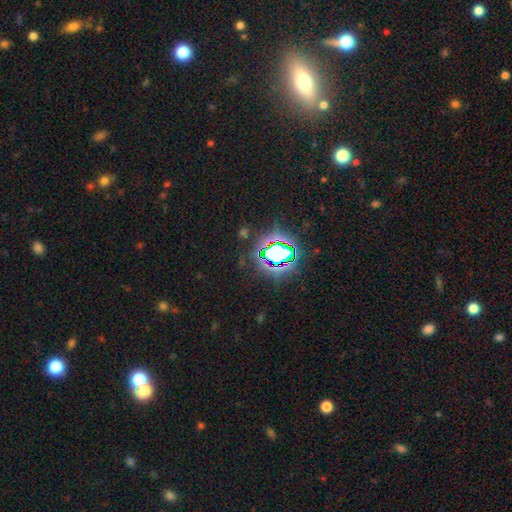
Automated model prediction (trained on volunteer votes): smooth-or-featured: star or artifact: 80% | smooth: 12% | featured or disk: 8%